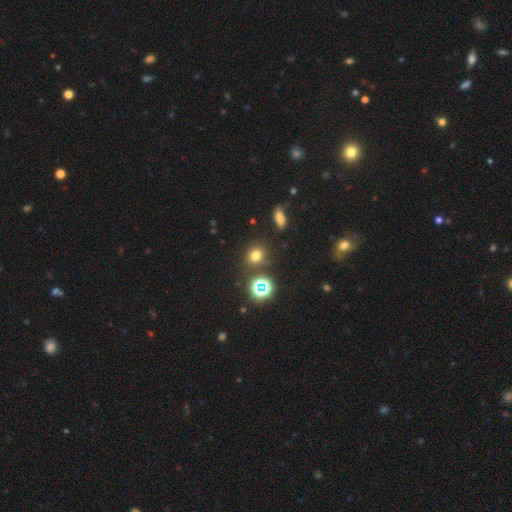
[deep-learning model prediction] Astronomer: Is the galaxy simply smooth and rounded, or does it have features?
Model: smooth — 66%.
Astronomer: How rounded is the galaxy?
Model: round — 75%.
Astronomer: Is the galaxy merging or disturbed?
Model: none — 82%.